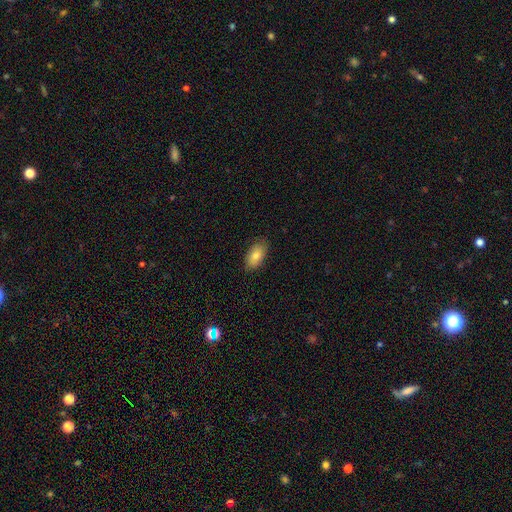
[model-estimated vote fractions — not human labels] A smooth galaxy with no disk features (79%) that is in between round and cigar-shaped (93%).

Vote fractions:
- Smooth or featured? smooth: 79% / featured or disk: 14% / star or artifact: 7%
- How rounded? in between: 93% / round: 4% / cigar-shaped: 3%
- Merging? none: 82% / minor disturbance: 14% / major disturbance: 3% / merger: 1%